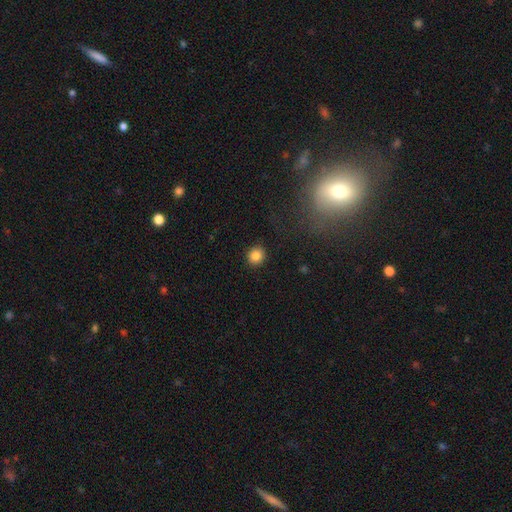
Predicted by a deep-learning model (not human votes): smooth-or-featured: smooth: 85% | star or artifact: 11% | featured or disk: 5%
  how-rounded: round: 88% | in between: 11% | cigar-shaped: 1%
  merging: none: 90% | minor disturbance: 6% | major disturbance: 2% | merger: 1%